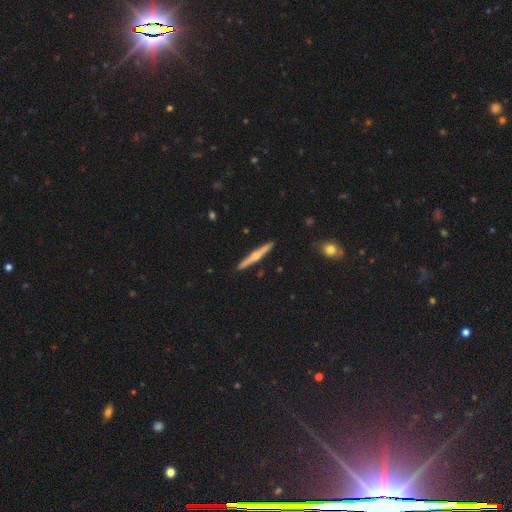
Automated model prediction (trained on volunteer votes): Smooth or featured: featured or disk — 68% (smooth — 27%)
Edge-on disk: yes — 98% (no — 2%)
Edge-on bulge: rounded — 89% (none — 8%)
Merging: none — 91% (minor disturbance — 6%)